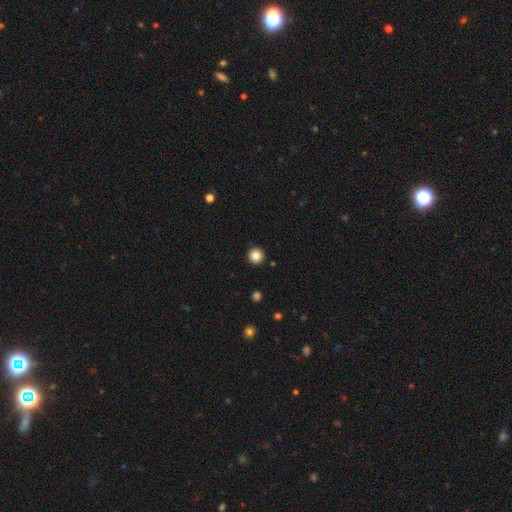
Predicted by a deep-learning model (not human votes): Smooth or featured: smooth — 85% (star or artifact — 11%)
How rounded: round — 96% (in between — 3%)
Merging: none — 93% (minor disturbance — 5%)